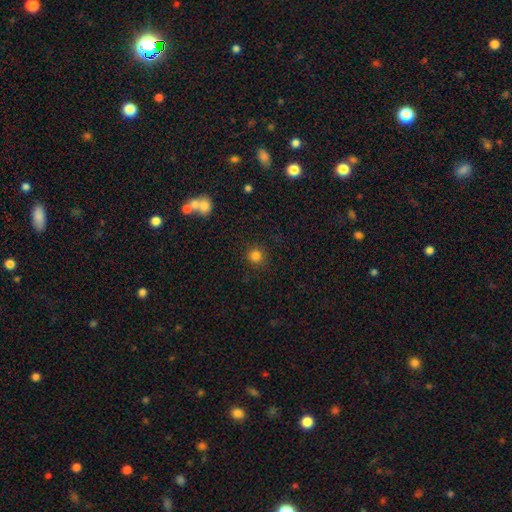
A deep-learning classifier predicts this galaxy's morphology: Smooth or featured? smooth (82%)
How rounded? round (93%)
Merging? none (89%)